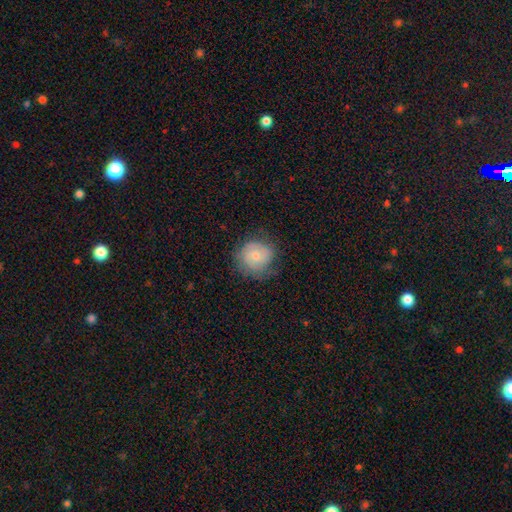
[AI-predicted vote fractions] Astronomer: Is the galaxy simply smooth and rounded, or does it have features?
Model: smooth — 56% (runner-up: featured or disk, 36%).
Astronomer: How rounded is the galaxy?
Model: round — 86%.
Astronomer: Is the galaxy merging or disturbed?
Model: none — 67%.